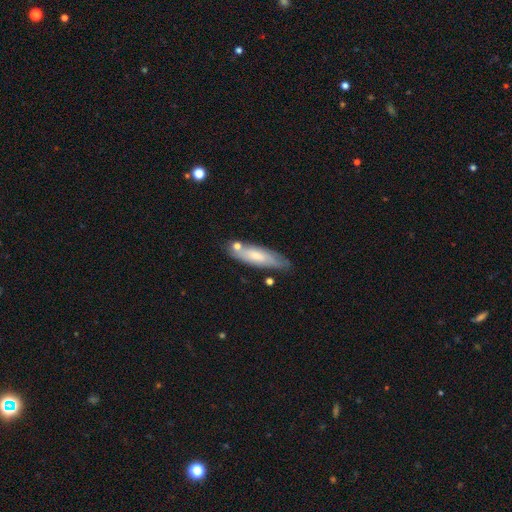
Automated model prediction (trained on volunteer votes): Morphology: type=smooth (59%); roundness=cigar-shaped (61%); merging=none (69%).